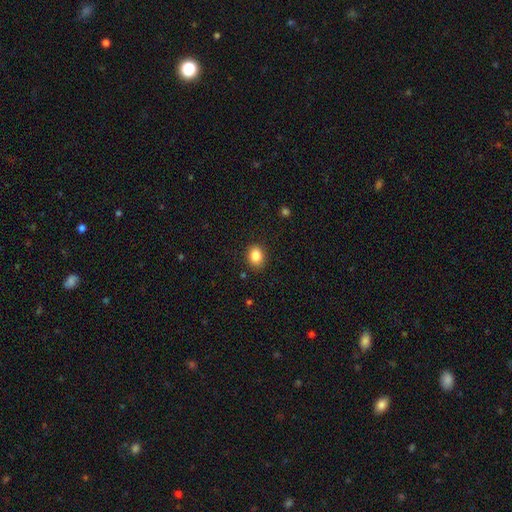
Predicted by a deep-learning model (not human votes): This is clearly a smooth galaxy (85%). How rounded: possibly in between (53%). Merging: clearly none (88%).